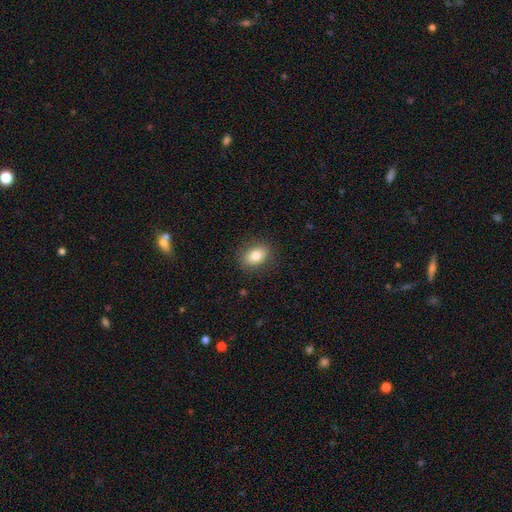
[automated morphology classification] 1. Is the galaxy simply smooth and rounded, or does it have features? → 81% smooth, 10% featured or disk, 9% star or artifact.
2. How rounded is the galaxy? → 65% in between, 34% round, 1% cigar-shaped.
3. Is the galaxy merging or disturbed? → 87% none, 9% minor disturbance, 3% major disturbance, 1% merger.